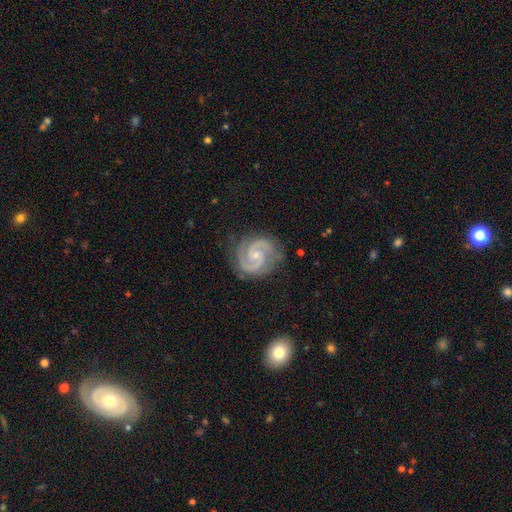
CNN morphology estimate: The model was most divided on "spiral winding" (2-way tie): tight: 47%, medium: 47%, loose: 5%. More confident: spiral arms — yes (99%); edge-on disk — no (98%); smooth or featured — featured or disk (92%); spiral arm count — 2 (92%); merging — none (81%); bulge size — small (68%); bar — no (57%).